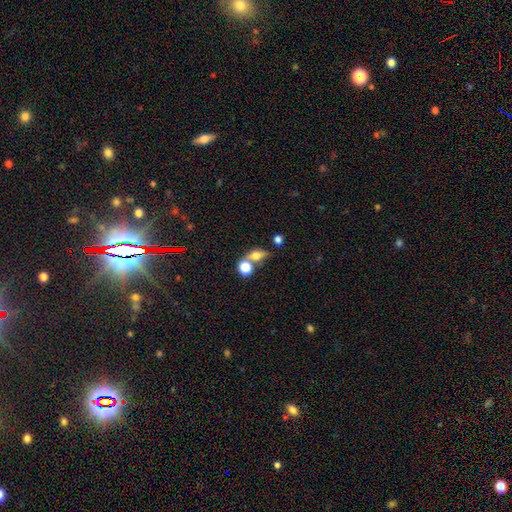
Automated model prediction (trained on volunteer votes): Smooth or featured: smooth — 66% (featured or disk — 21%)
How rounded: in between — 57% (round — 33%)
Merging: none — 43% (merger — 37%)